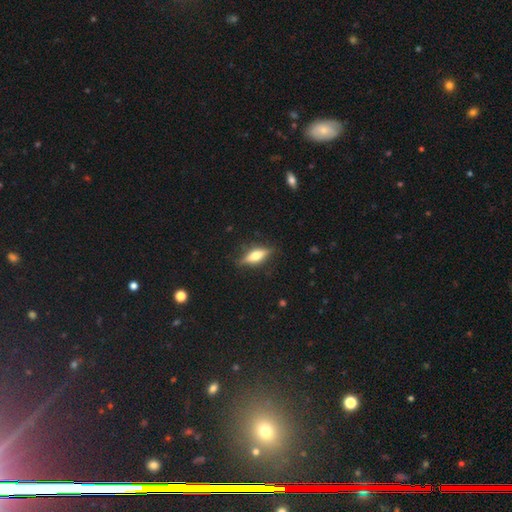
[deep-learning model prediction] A smooth galaxy with no disk features (48%).

Vote fractions:
- Smooth or featured? smooth: 48% / featured or disk: 45% / star or artifact: 7%
- Merging? none: 84% / minor disturbance: 12% / major disturbance: 3% / merger: 1%